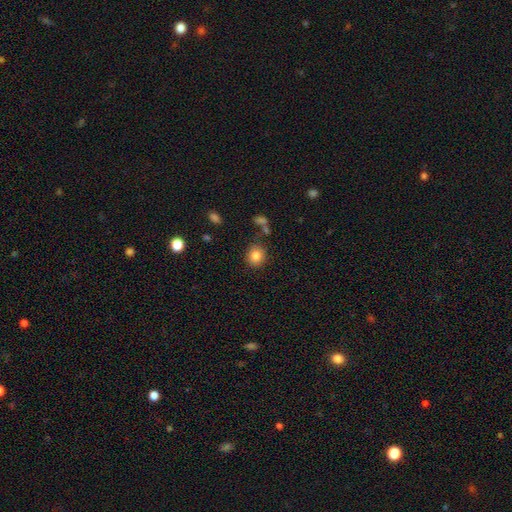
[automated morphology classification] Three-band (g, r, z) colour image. It shows a smooth galaxy with no disk features (84%) that is round (79%). Merging: none (82%).